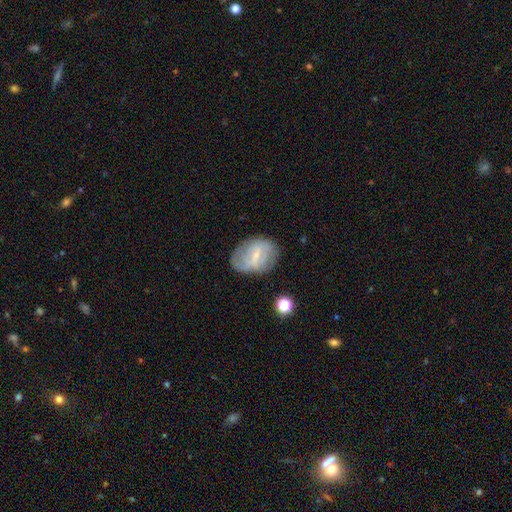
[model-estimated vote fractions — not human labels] This is likely a featured or disk galaxy (63%). It is clearly not viewed edge-on (96%). Bar: possibly weak (50%). Spiral arm pattern: likely yes (70%). Central bulge: likely small (64%). Merging: likely none (69%).